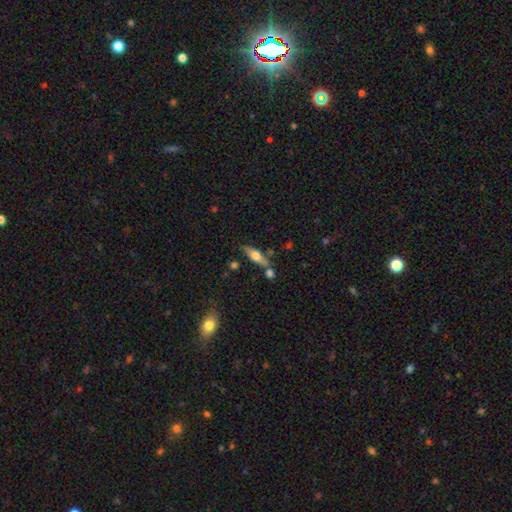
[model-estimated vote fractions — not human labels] smooth-or-featured: smooth: 49% | featured or disk: 43% | star or artifact: 7%
  merging: none: 66% | merger: 16% | minor disturbance: 14% | major disturbance: 4%